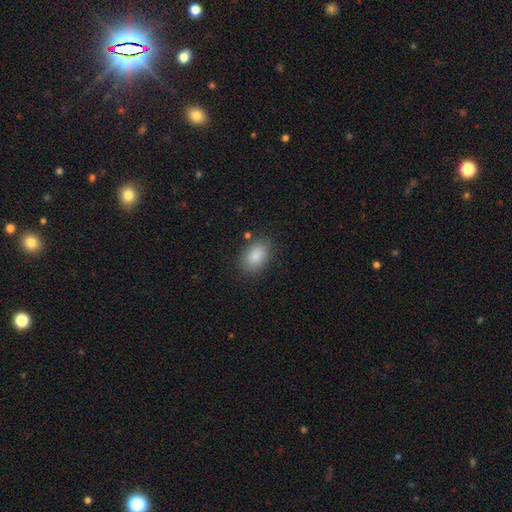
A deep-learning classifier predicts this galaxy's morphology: Smooth or featured? Predicted: smooth (p=0.86). How rounded? Predicted: in between (p=0.86). Merging? Predicted: none (p=0.83).